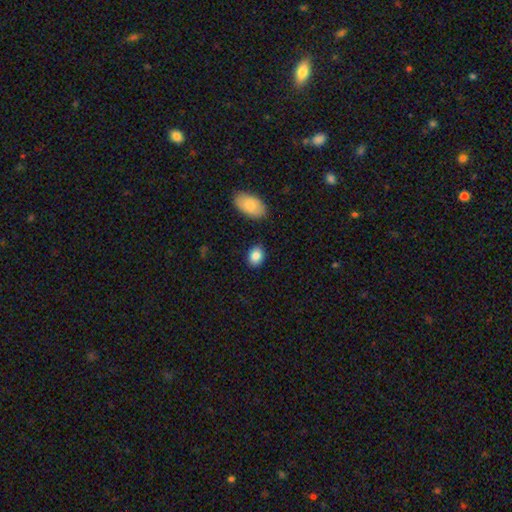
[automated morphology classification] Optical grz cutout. It shows a smooth galaxy with no disk features (86%) that is in between round and cigar-shaped (69%). Merging: none (85%).